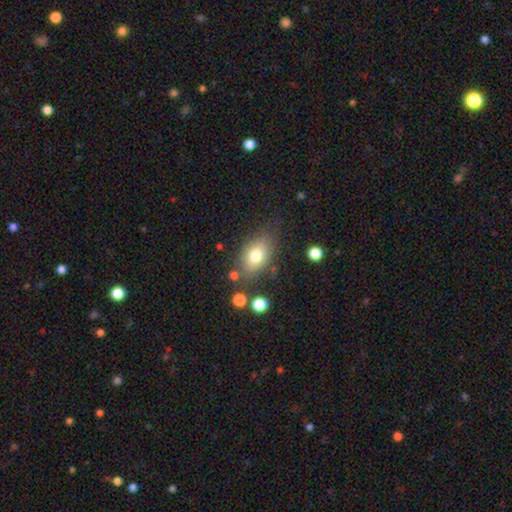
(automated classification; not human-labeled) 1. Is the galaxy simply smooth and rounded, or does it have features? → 75% smooth, 15% featured or disk, 10% star or artifact.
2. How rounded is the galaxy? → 82% in between, 15% round, 3% cigar-shaped.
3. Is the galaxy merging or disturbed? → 75% none, 15% minor disturbance, 5% major disturbance, 5% merger.